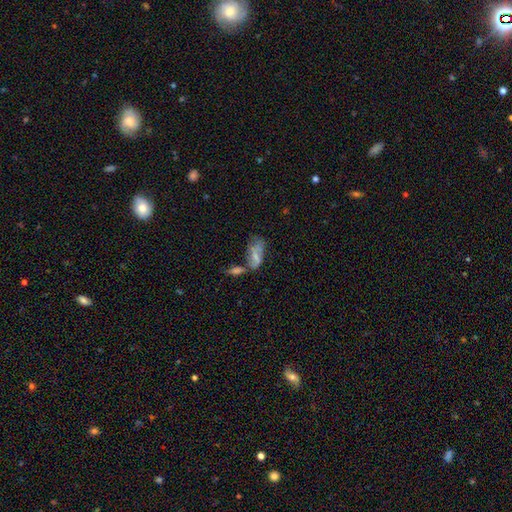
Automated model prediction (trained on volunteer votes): A smooth galaxy with no disk features (52%) that is in between round and cigar-shaped (86%). Merging: merger (35%).